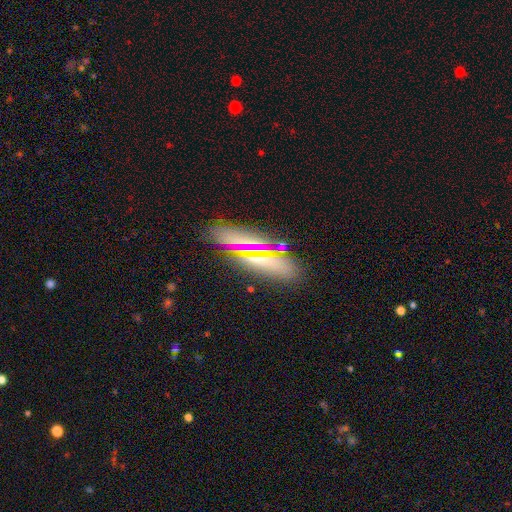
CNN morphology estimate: This appears to be a featured or disk galaxy (48%). Merging: none (81%).